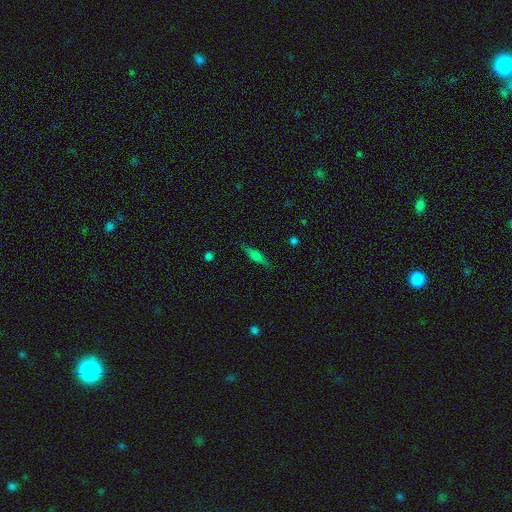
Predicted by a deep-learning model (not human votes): Smooth or featured? Predicted: smooth (p=0.54). How rounded? Predicted: cigar-shaped (p=0.71). Merging? Predicted: none (p=0.83).